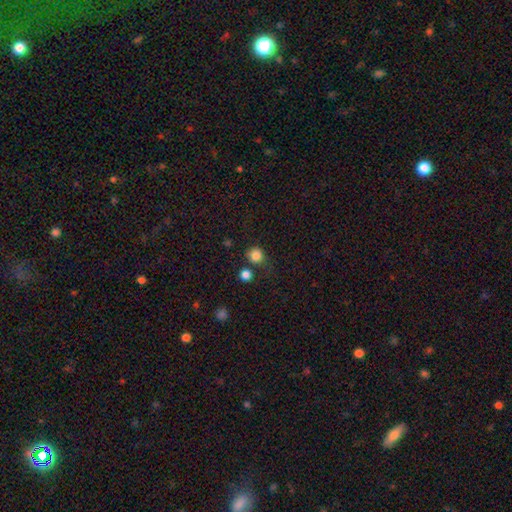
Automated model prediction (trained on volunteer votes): Smooth or featured? Predicted: smooth (p=0.83). How rounded? Predicted: round (p=0.88). Merging? Predicted: none (p=0.71).